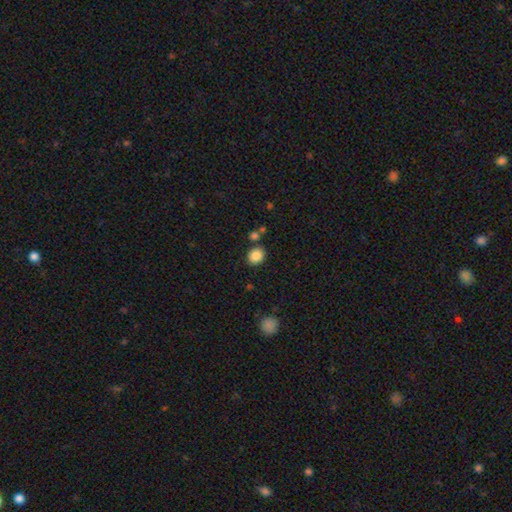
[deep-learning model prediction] smooth-or-featured: smooth: 86% | star or artifact: 9% | featured or disk: 4%
  how-rounded: round: 61% | in between: 38% | cigar-shaped: 1%
  merging: none: 80% | minor disturbance: 10% | merger: 7% | major disturbance: 3%